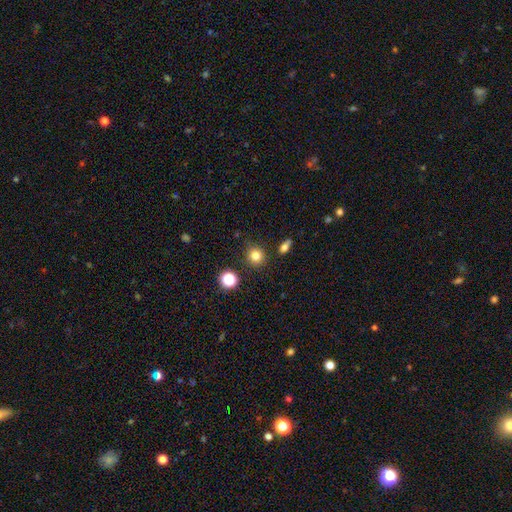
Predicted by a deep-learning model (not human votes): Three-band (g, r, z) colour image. It shows a smooth galaxy with no disk features (80%) that is round (88%). Merging: none (85%).